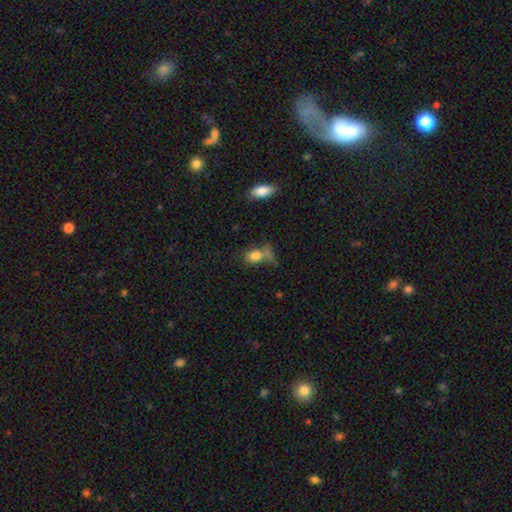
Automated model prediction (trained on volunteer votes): smooth-or-featured: smooth: 80% | star or artifact: 11% | featured or disk: 9%
  how-rounded: in between: 63% | round: 34% | cigar-shaped: 3%
  merging: none: 43% | merger: 28% | minor disturbance: 17% | major disturbance: 12%